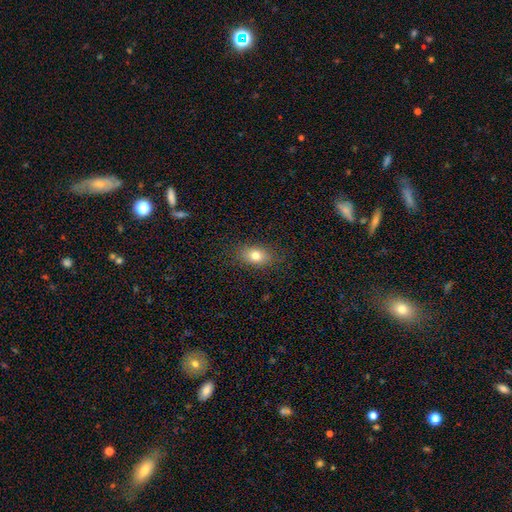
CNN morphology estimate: Q: Smooth or featured?
A: smooth (77%); runner-up: featured or disk (13%)
Q: How rounded?
A: in between (80%); runner-up: round (16%)
Q: Merging?
A: none (85%); runner-up: minor disturbance (11%)